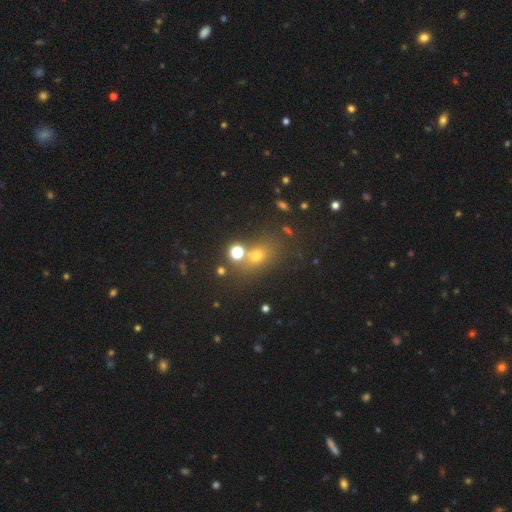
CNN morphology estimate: Smooth or featured: smooth — 60% (star or artifact — 27%)
How rounded: round — 51% (in between — 46%)
Merging: none — 60% (merger — 23%)